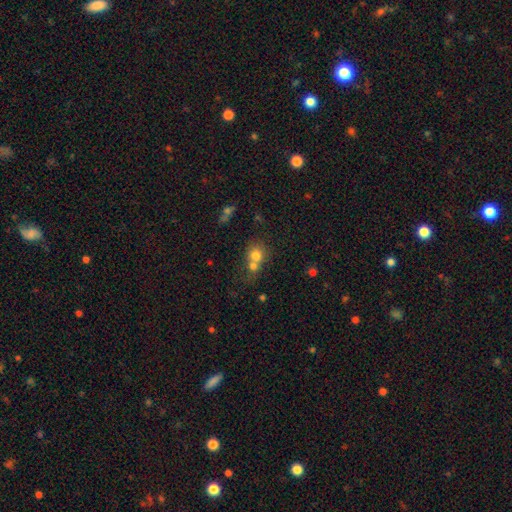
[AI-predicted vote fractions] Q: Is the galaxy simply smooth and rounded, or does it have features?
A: smooth — 75%.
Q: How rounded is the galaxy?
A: round — 79%.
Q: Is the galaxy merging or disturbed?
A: merger — 60%.